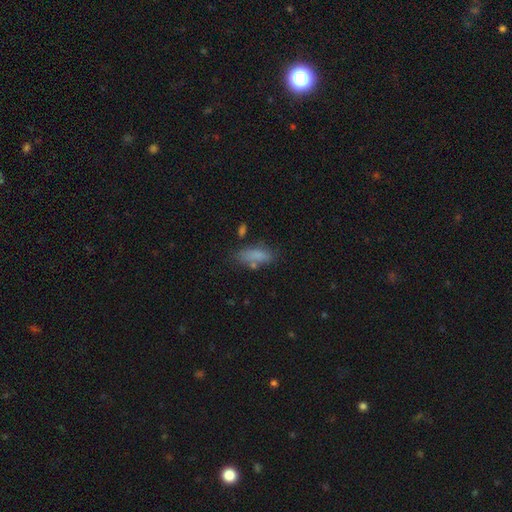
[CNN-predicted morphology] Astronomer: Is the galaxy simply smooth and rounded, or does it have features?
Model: smooth — 78%.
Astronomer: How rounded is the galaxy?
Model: in between — 70%.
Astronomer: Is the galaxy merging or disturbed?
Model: none — 62%.